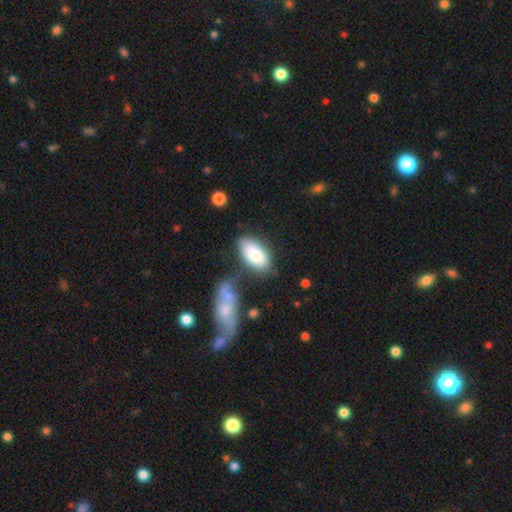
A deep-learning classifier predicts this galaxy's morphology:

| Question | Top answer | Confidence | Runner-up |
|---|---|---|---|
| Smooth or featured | smooth | 82% | featured or disk (11%) |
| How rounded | in between | 93% | cigar-shaped (4%) |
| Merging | none | 61% | minor disturbance (21%) |